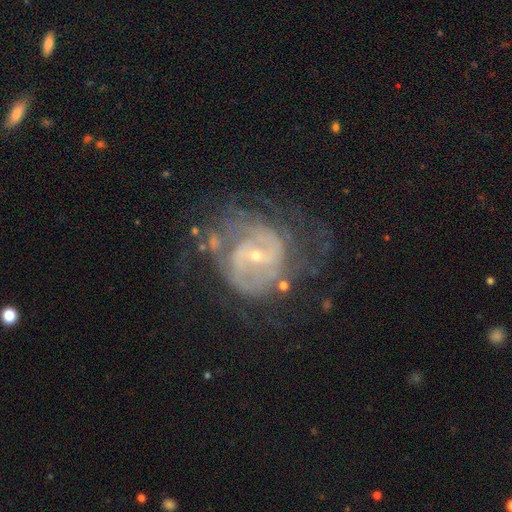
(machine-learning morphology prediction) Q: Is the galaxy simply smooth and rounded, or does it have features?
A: featured or disk — 84%.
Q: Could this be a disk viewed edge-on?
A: no — 98%.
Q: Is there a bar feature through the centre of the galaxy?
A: weak — 46%.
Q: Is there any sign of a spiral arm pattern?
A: yes — 91%.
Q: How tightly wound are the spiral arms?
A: tight — 51%.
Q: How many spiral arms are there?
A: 2 — 40%.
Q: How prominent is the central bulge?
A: small — 79%.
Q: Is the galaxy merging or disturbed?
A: none — 54%.